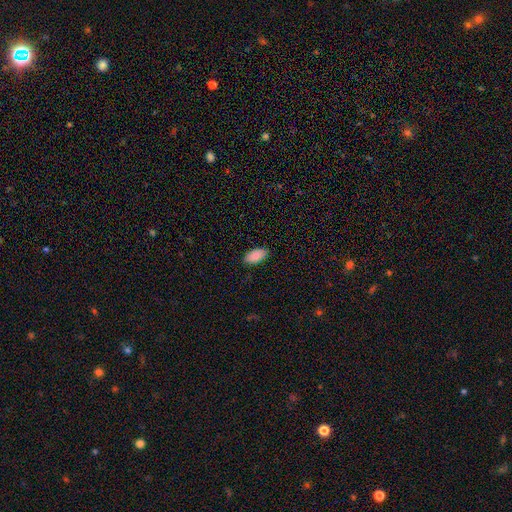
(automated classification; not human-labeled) smooth-or-featured: smooth: 87% | featured or disk: 7% | star or artifact: 6%
  how-rounded: in between: 95% | cigar-shaped: 3% | round: 2%
  merging: none: 87% | minor disturbance: 10% | major disturbance: 2% | merger: 1%